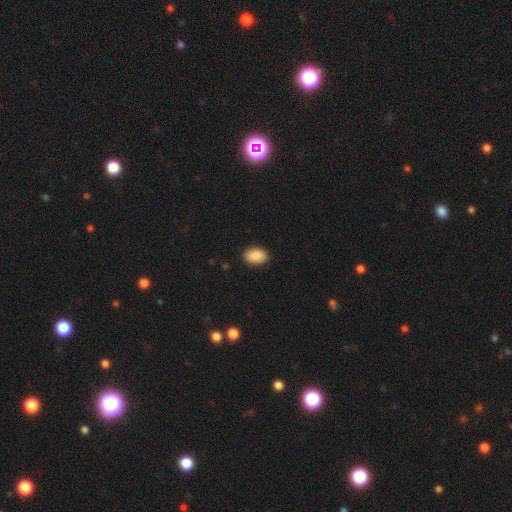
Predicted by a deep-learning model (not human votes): Q: Smooth or featured?
A: smooth (91%); runner-up: star or artifact (7%)
Q: How rounded?
A: in between (88%); runner-up: round (11%)
Q: Merging?
A: none (90%); runner-up: minor disturbance (7%)